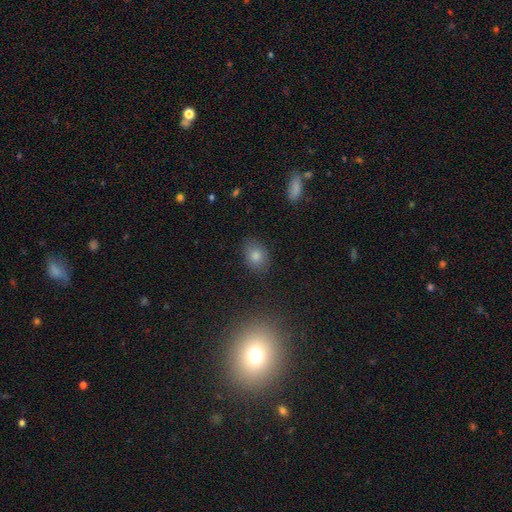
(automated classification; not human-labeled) smooth-or-featured: smooth: 81% | star or artifact: 11% | featured or disk: 8%
  how-rounded: in between: 57% | round: 42% | cigar-shaped: 1%
  merging: none: 84% | minor disturbance: 11% | major disturbance: 3% | merger: 2%